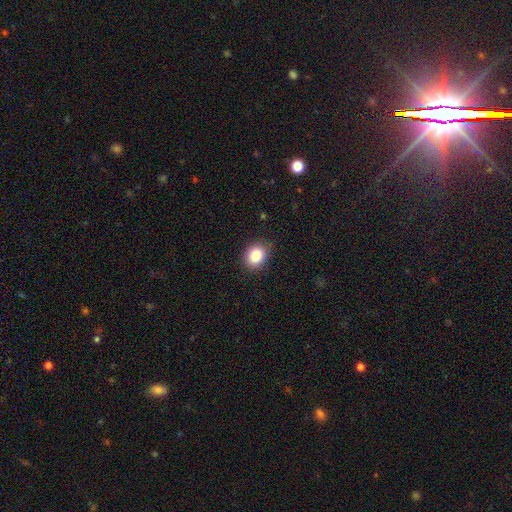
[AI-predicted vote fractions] The model was most divided on "how rounded": round: 56%, in between: 43%, cigar-shaped: 1%. More confident: merging — none (87%); smooth or featured — smooth (84%).